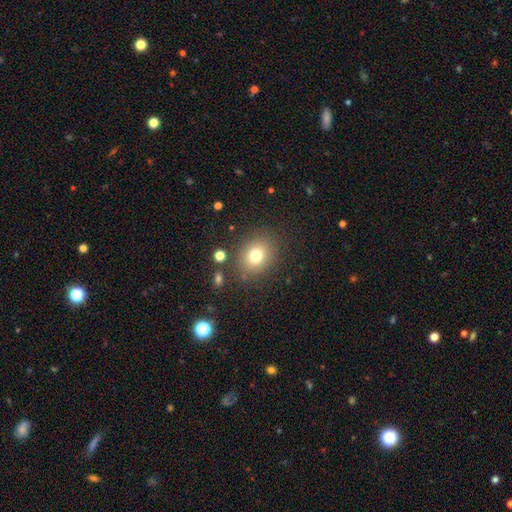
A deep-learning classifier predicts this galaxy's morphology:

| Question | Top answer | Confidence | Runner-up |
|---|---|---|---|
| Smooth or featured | smooth | 76% | star or artifact (14%) |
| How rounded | round | 64% | in between (35%) |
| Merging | none | 82% | minor disturbance (10%) |